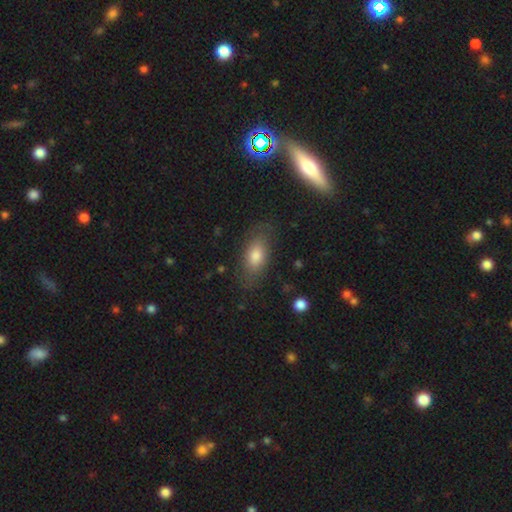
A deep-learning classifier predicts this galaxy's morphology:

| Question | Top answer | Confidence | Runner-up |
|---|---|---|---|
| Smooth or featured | smooth | 74% | featured or disk (18%) |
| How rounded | in between | 86% | cigar-shaped (8%) |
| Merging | none | 78% | minor disturbance (15%) |